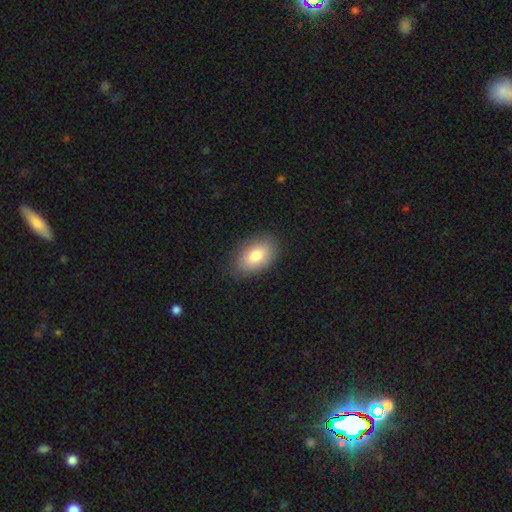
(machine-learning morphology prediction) Smooth or featured: smooth — 80% (featured or disk — 12%)
How rounded: in between — 90% (round — 9%)
Merging: none — 84% (minor disturbance — 12%)